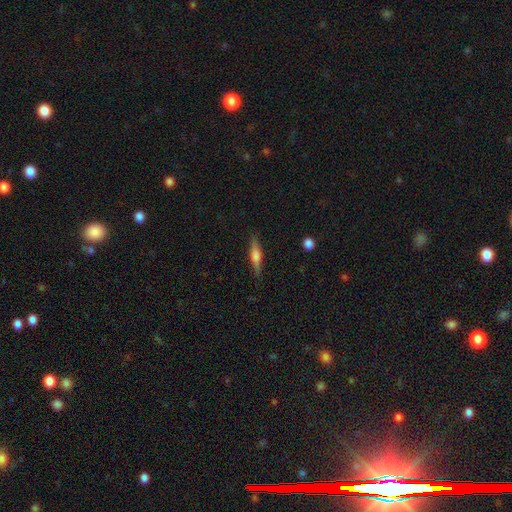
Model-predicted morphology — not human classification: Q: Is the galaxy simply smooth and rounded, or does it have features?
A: featured or disk — 55%.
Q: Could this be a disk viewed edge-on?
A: yes — 96%.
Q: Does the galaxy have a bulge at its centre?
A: rounded — 75%.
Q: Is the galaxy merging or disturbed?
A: none — 87%.